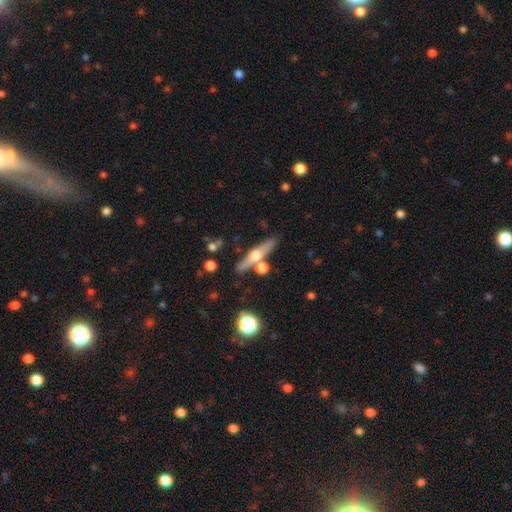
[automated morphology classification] A featured or disk galaxy (58%) viewed edge-on (93%) with a rounded central bulge (93%).

Vote fractions:
- Smooth or featured? featured or disk: 58% / smooth: 35% / star or artifact: 7%
- Edge-on disk? yes: 93% / no: 7%
- Edge-on bulge? rounded: 93% / none: 4% / boxy: 3%
- Merging? none: 78% / merger: 10% / minor disturbance: 10% / major disturbance: 3%